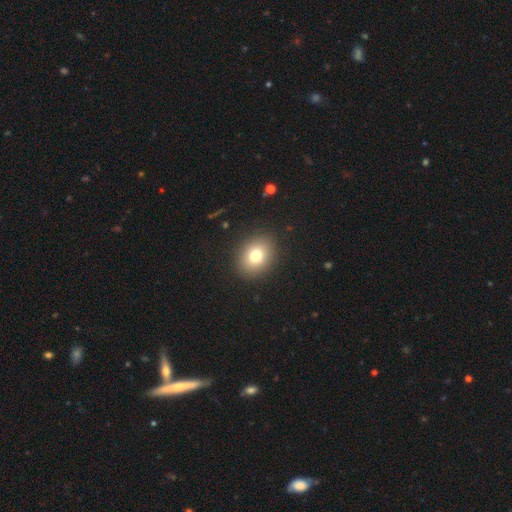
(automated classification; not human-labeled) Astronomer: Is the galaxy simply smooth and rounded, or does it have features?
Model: smooth — 76%.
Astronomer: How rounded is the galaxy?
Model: round — 57% (runner-up: in between, 42%).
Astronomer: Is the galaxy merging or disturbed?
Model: none — 90%.